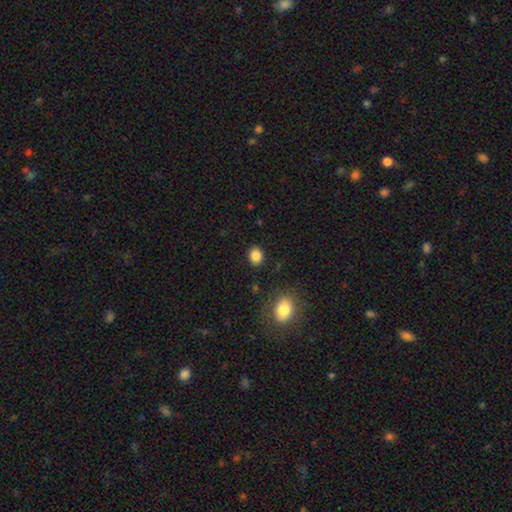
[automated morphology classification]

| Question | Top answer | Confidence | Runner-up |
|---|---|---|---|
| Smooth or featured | smooth | 87% | star or artifact (10%) |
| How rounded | round | 50% | in between (49%) |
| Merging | none | 88% | minor disturbance (8%) |